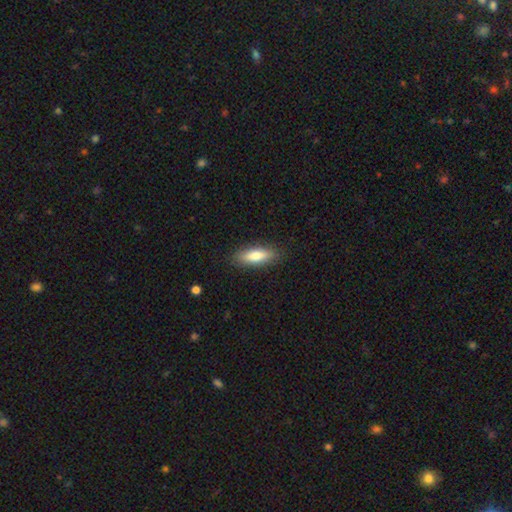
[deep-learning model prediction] smooth 78%, featured or disk 16%, star or artifact 6%. Down the decision tree: how rounded — in between (56%); merging — none (87%).